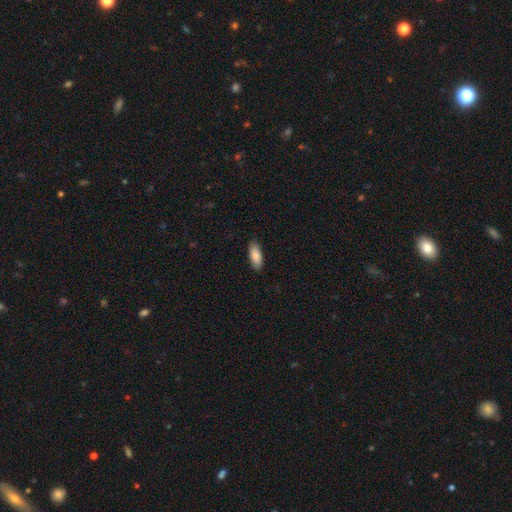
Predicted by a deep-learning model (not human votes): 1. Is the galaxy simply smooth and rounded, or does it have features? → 86% smooth, 8% featured or disk, 6% star or artifact.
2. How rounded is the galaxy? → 76% in between, 22% cigar-shaped, 2% round.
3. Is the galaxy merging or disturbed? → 88% none, 9% minor disturbance, 2% major disturbance, 1% merger.